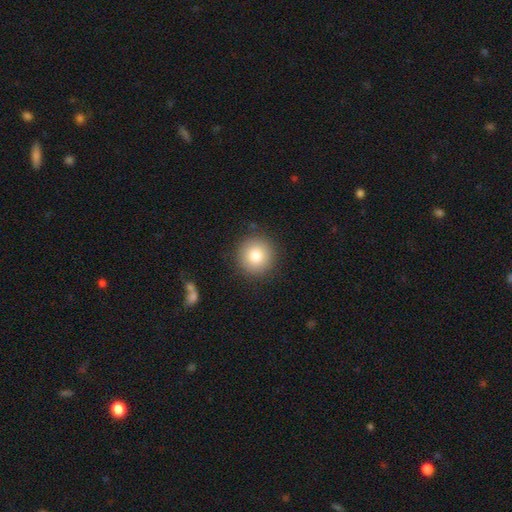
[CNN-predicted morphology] Smooth or featured: smooth — 82% (star or artifact — 10%)
How rounded: round — 95% (in between — 4%)
Merging: none — 90% (minor disturbance — 6%)